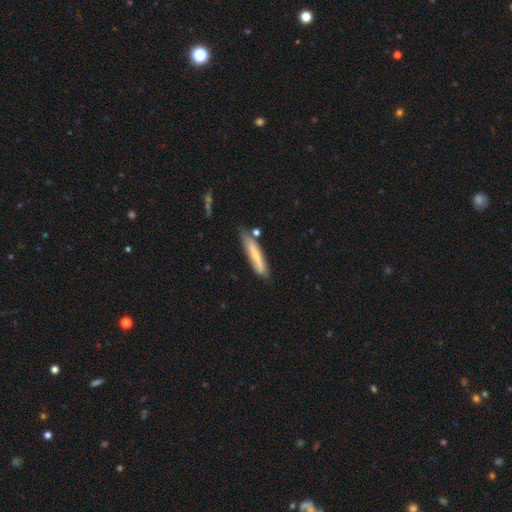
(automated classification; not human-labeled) Smooth or featured: smooth — 57% (featured or disk — 37%)
How rounded: cigar-shaped — 85% (in between — 14%)
Merging: none — 64% (minor disturbance — 24%)